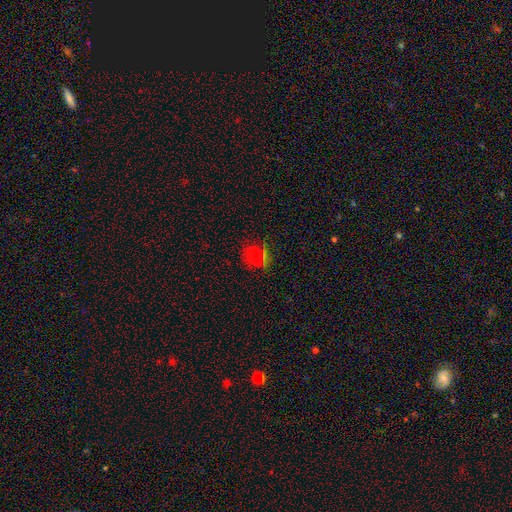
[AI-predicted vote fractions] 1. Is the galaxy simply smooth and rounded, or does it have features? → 51% smooth, 35% star or artifact, 14% featured or disk.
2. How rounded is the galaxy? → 79% round, 19% in between, 2% cigar-shaped.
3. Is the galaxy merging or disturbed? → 77% none, 14% minor disturbance, 6% major disturbance, 3% merger.